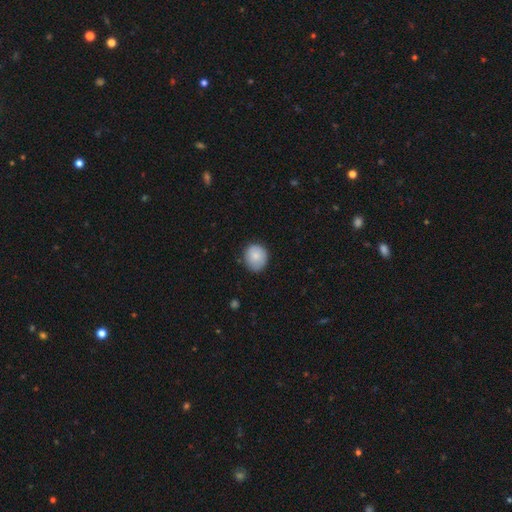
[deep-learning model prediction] Q: Smooth or featured?
A: smooth (82%); runner-up: featured or disk (11%)
Q: How rounded?
A: round (78%); runner-up: in between (21%)
Q: Merging?
A: none (80%); runner-up: minor disturbance (16%)